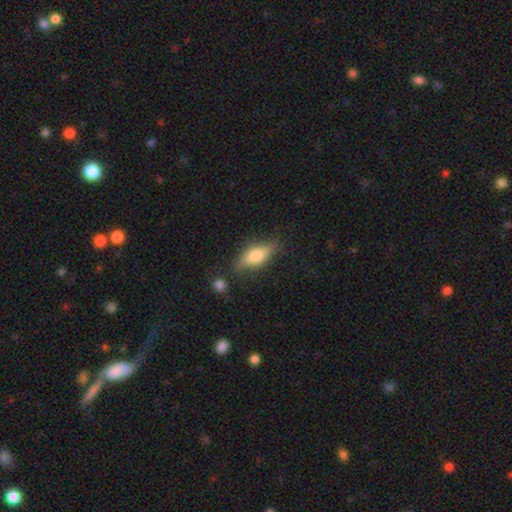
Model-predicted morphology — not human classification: smooth 72%, featured or disk 21%, star or artifact 7%. Down the decision tree: how rounded — in between (73%); merging — none (73%).